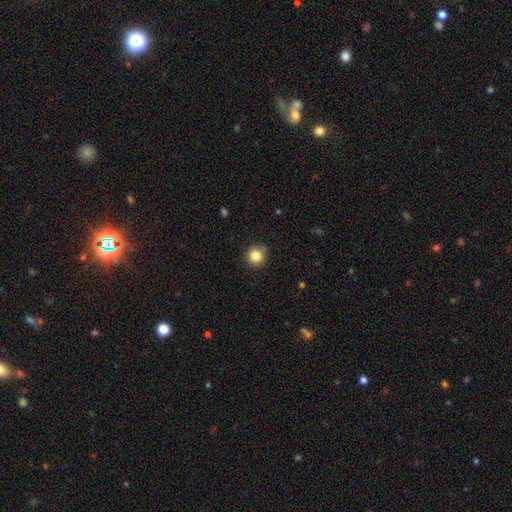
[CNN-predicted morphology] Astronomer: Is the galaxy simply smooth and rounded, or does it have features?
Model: smooth — 83%.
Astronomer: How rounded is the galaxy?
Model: round — 94%.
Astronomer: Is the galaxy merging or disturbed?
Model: none — 88%.